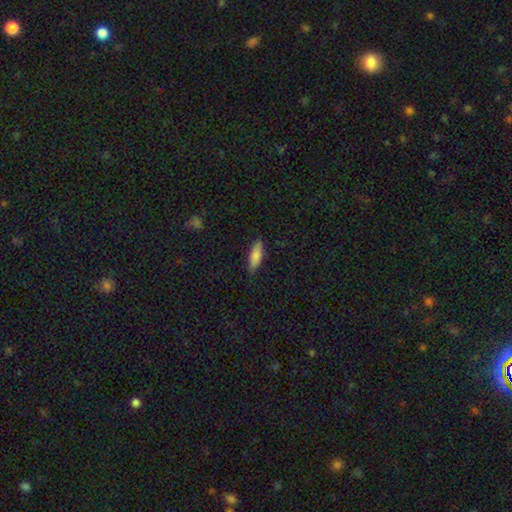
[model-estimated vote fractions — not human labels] A smooth galaxy with no disk features (82%) that is in between round and cigar-shaped (50%).

Vote fractions:
- Smooth or featured? smooth: 82% / featured or disk: 12% / star or artifact: 6%
- How rounded? in between: 50% / cigar-shaped: 48% / round: 2%
- Merging? none: 85% / minor disturbance: 11% / major disturbance: 2% / merger: 1%